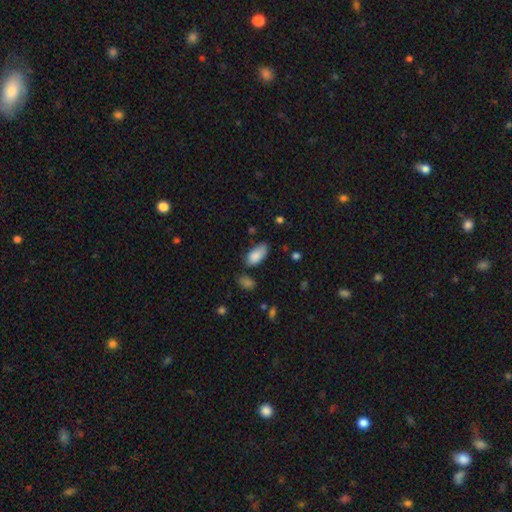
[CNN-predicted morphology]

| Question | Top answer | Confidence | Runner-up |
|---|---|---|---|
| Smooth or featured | smooth | 86% | featured or disk (7%) |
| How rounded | in between | 93% | cigar-shaped (4%) |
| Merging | none | 60% | minor disturbance (28%) |